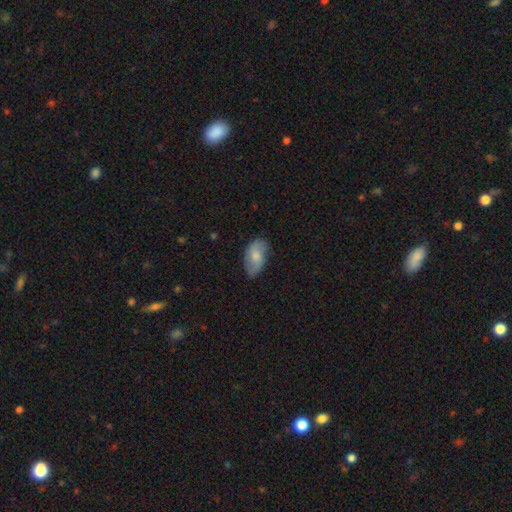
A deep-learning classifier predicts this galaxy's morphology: Overall: smooth (66%; featured or disk 28%). How rounded: in between (93%). Merging: none (70%).